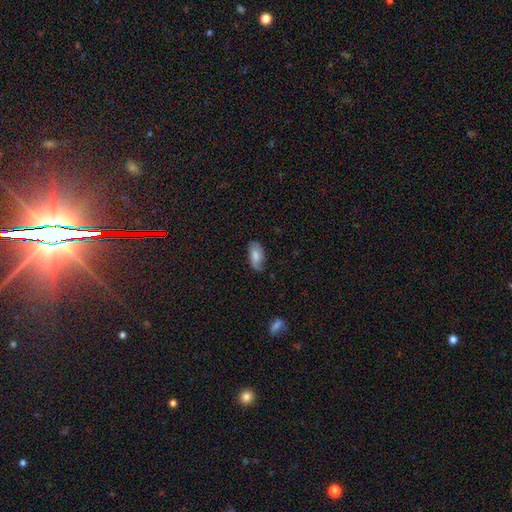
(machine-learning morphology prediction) Smooth or featured: smooth — 74% (featured or disk — 19%)
How rounded: in between — 93% (cigar-shaped — 5%)
Merging: none — 73% (minor disturbance — 22%)